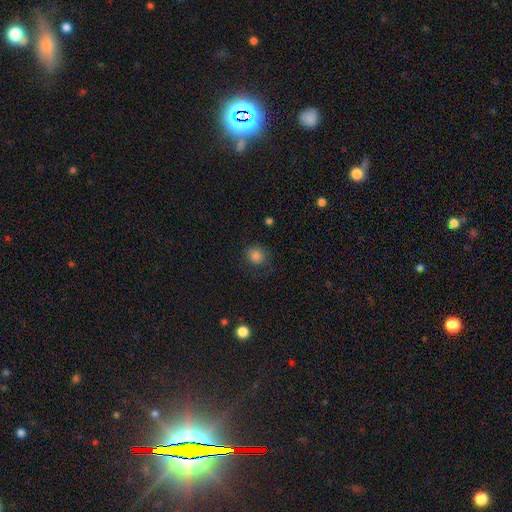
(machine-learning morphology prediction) Smooth or featured? Predicted: smooth (p=0.84). How rounded? Predicted: round (p=0.83). Merging? Predicted: none (p=0.78).